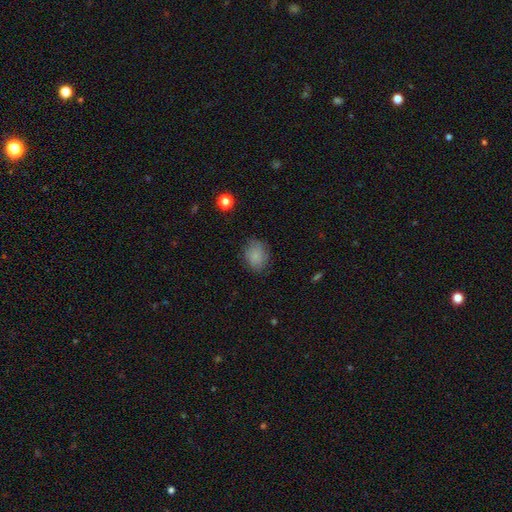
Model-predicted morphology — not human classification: This is clearly a smooth galaxy (82%). How rounded: possibly round (59%). Merging: likely none (75%).